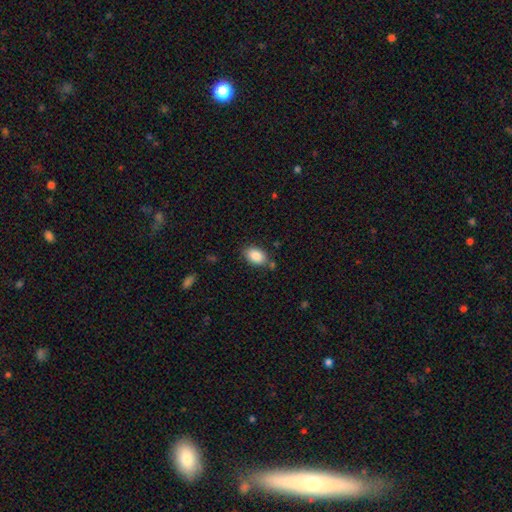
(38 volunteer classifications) A smooth galaxy with no disk features (92%) that is in between round and cigar-shaped (86%). Merging: none (83%).